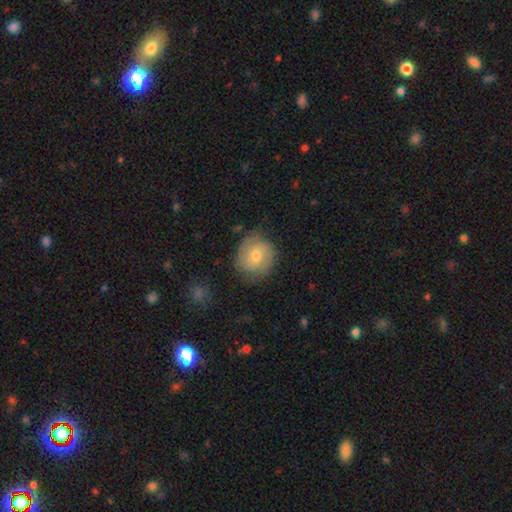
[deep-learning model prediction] smooth-or-featured: smooth: 58% | featured or disk: 35% | star or artifact: 7%
  how-rounded: round: 80% | in between: 19% | cigar-shaped: 1%
  merging: none: 72% | minor disturbance: 20% | major disturbance: 6% | merger: 2%